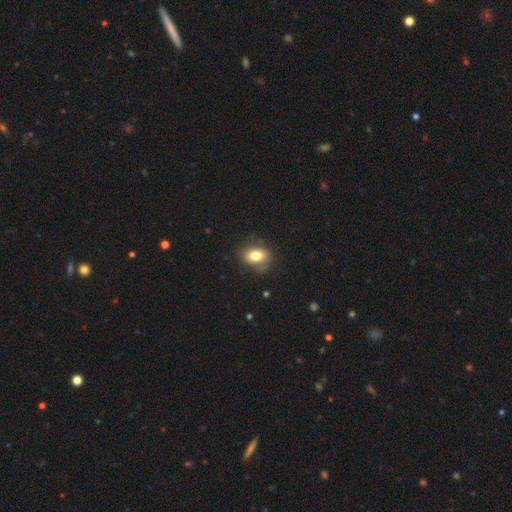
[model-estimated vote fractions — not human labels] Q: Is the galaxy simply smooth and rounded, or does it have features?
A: smooth — 79%.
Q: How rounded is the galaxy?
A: in between — 74%.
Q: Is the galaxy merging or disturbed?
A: none — 72%.